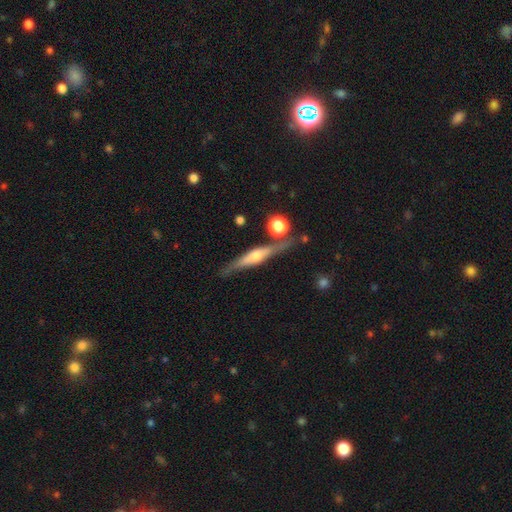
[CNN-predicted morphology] featured or disk 74%, smooth 19%, star or artifact 7%. Down the decision tree: edge-on disk — yes (96%); edge-on bulge — rounded (81%); merging — none (78%).